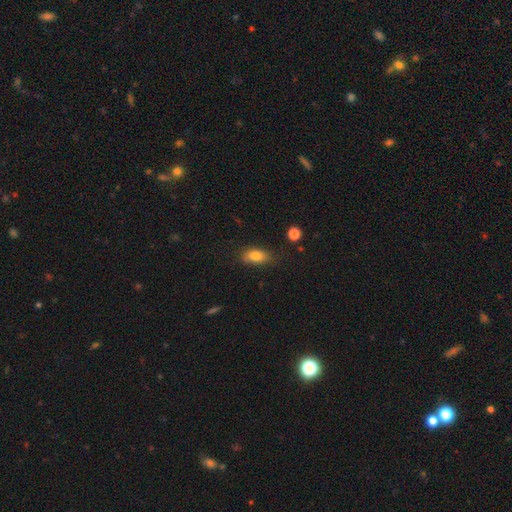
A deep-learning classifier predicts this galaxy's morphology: Q: Smooth or featured?
A: smooth (80%); runner-up: featured or disk (11%)
Q: How rounded?
A: in between (86%); runner-up: round (8%)
Q: Merging?
A: none (76%); runner-up: minor disturbance (18%)